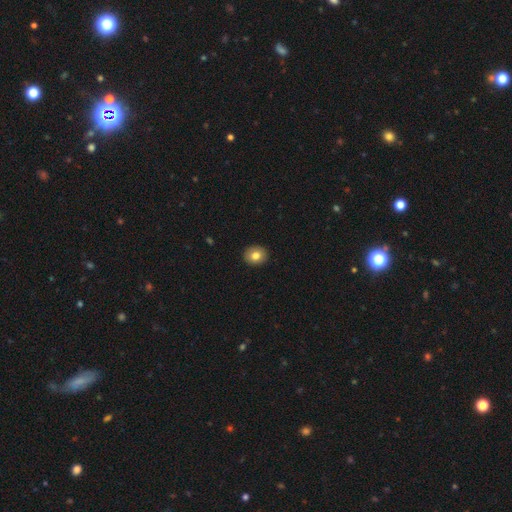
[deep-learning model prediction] This is clearly a smooth galaxy (81%). How rounded: likely round (65%). Merging: clearly none (91%).